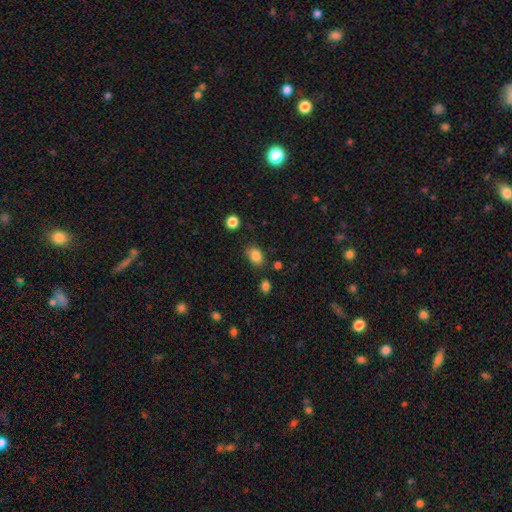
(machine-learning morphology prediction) smooth-or-featured: smooth: 85% | star or artifact: 10% | featured or disk: 5%
  how-rounded: in between: 75% | round: 23% | cigar-shaped: 1%
  merging: none: 73% | minor disturbance: 18% | major disturbance: 4% | merger: 4%